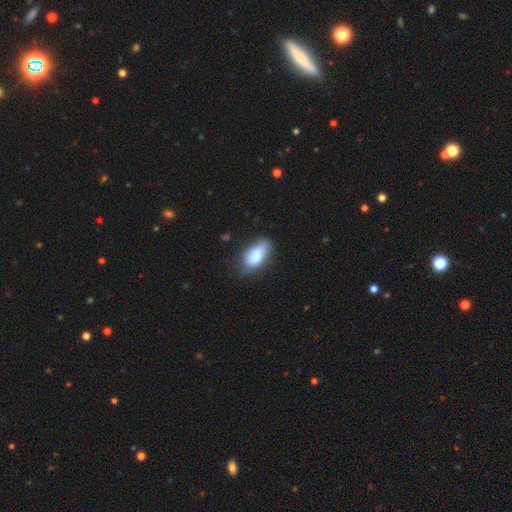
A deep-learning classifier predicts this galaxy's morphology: Smooth or featured?
  - smooth: 81% *
  - featured or disk: 11%
  - star or artifact: 7%
How rounded?
  - in between: 91% *
  - round: 5%
  - cigar-shaped: 4%
Merging?
  - none: 61% *
  - minor disturbance: 30%
  - major disturbance: 7%
  - merger: 2%